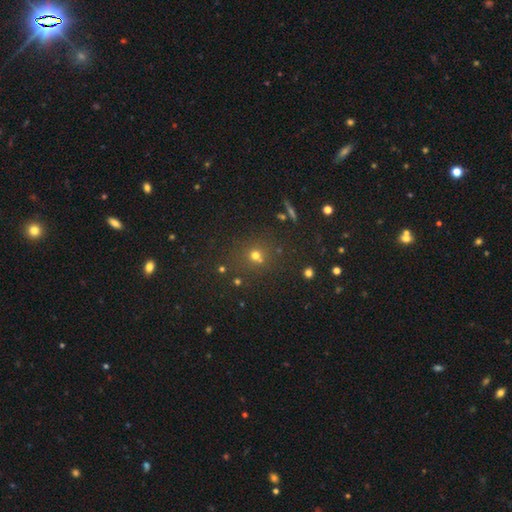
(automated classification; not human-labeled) Smooth or featured? Predicted: smooth (p=0.62). How rounded? Predicted: round (p=0.86). Merging? Predicted: none (p=0.71).